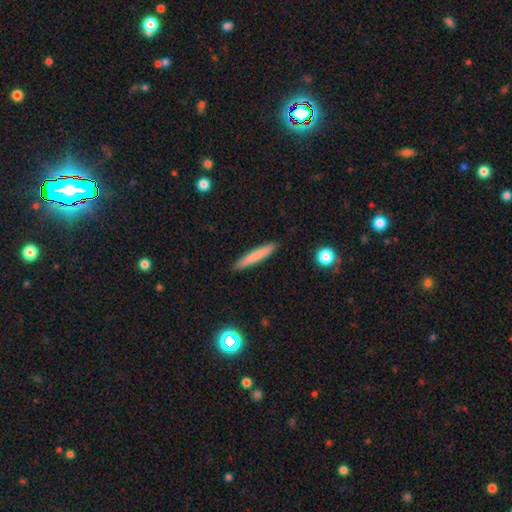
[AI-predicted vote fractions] Smooth or featured?
  - smooth: 76% *
  - featured or disk: 17%
  - star or artifact: 7%
How rounded?
  - cigar-shaped: 94% *
  - in between: 4%
  - round: 1%
Merging?
  - none: 91% *
  - minor disturbance: 6%
  - major disturbance: 1%
  - merger: 1%